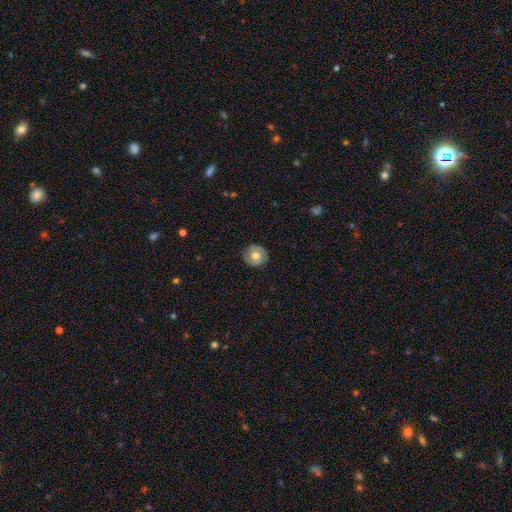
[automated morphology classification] Smooth or featured? Predicted: smooth (p=0.50). How rounded? Predicted: round (p=0.89). Merging? Predicted: none (p=0.86).